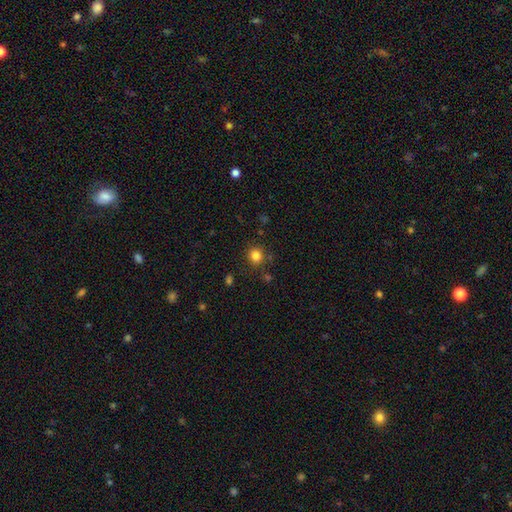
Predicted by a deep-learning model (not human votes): Smooth or featured?
  - smooth: 81% *
  - star or artifact: 13%
  - featured or disk: 5%
How rounded?
  - round: 87% *
  - in between: 12%
  - cigar-shaped: 1%
Merging?
  - none: 85% *
  - minor disturbance: 9%
  - merger: 3%
  - major disturbance: 3%